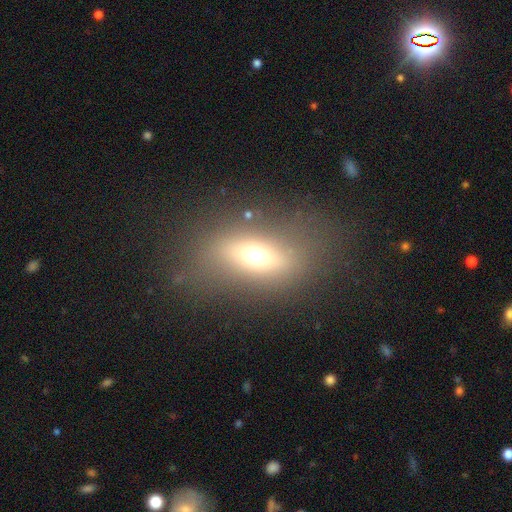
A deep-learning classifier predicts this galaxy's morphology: smooth_or_featured: smooth (p=0.54) [alt: featured or disk p=0.30]
how_rounded: in between (p=0.71) [alt: round p=0.16]
merging: none (p=0.75) [alt: minor disturbance p=0.14]